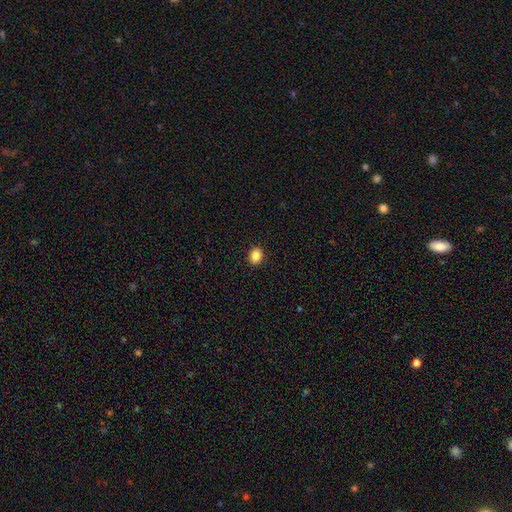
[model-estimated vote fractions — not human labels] This is clearly a smooth galaxy (86%). How rounded: possibly round (53%). Merging: clearly none (91%).